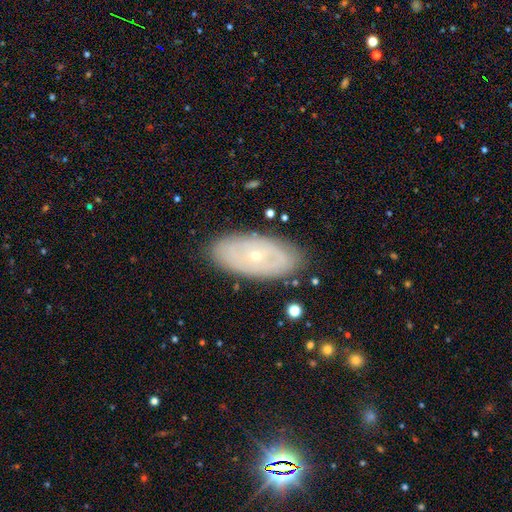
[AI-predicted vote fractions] featured or disk 64%, smooth 29%, star or artifact 7%. Down the decision tree: edge-on disk — no (89%); bar — no (83%); spiral arms — no (56%); bulge size — small (75%); merging — none (85%).